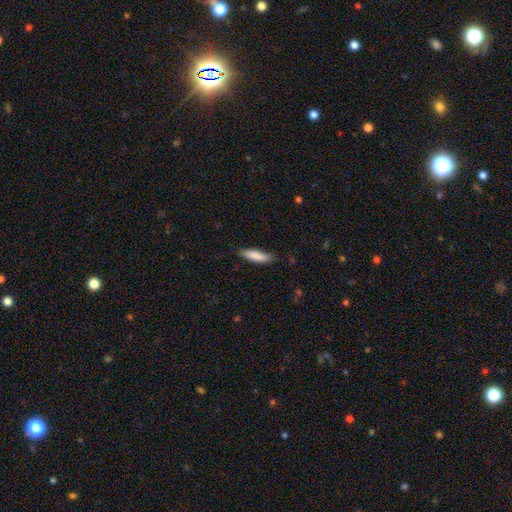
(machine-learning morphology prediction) This appears to be a smooth galaxy with no disk features (86%) that is cigar-shaped (62%). Merging: none (80%).